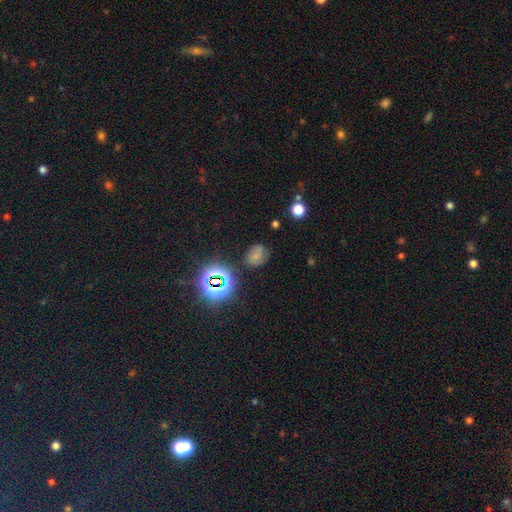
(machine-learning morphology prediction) Smooth or featured?
  - smooth: 51% *
  - star or artifact: 26%
  - featured or disk: 22%
How rounded?
  - in between: 49% * (tied)
  - round: 49% * (tied)
  - cigar-shaped: 1%
Merging?
  - none: 63% *
  - minor disturbance: 23%
  - major disturbance: 10%
  - merger: 4%